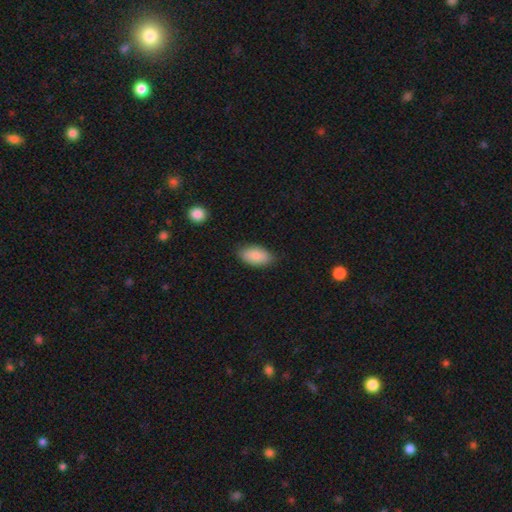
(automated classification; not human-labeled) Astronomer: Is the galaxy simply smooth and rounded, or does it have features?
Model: smooth — 85%.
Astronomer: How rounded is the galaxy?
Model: in between — 93%.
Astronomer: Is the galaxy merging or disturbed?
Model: none — 79%.